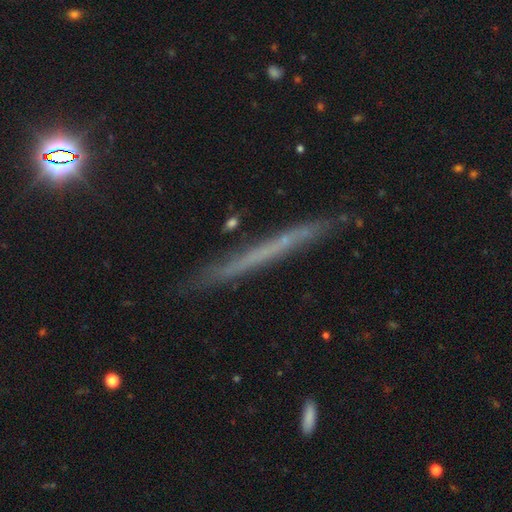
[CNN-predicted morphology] type=featured or disk (54%); edge-on=yes (94%); edge-on bulge=none (88%); merging=none (83%).